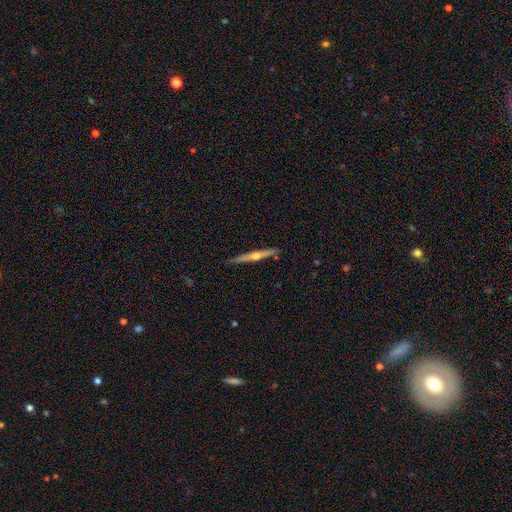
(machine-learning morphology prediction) A featured or disk galaxy (68%) viewed edge-on (98%) with a rounded central bulge (85%).

Vote fractions:
- Smooth or featured? featured or disk: 68% / smooth: 26% / star or artifact: 6%
- Edge-on disk? yes: 98% / no: 2%
- Edge-on bulge? rounded: 85% / none: 11% / boxy: 4%
- Merging? none: 88% / minor disturbance: 9% / major disturbance: 1% / merger: 1%